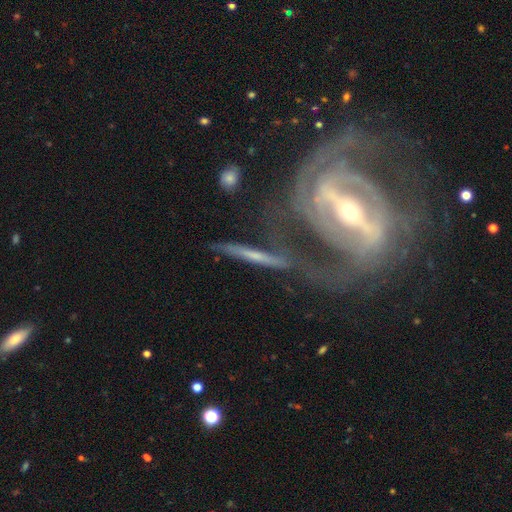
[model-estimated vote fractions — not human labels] featured or disk 70%, smooth 22%, star or artifact 8%. Down the decision tree: edge-on disk — yes (57%); merging — none (56%).